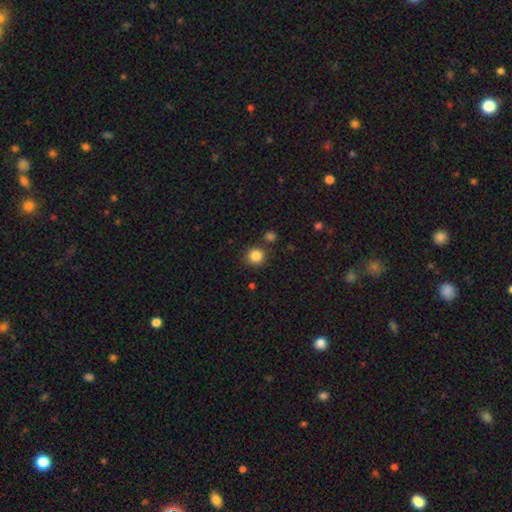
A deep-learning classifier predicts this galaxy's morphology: Smooth or featured: smooth — 85% (star or artifact — 11%)
How rounded: round — 90% (in between — 9%)
Merging: none — 82% (minor disturbance — 9%)